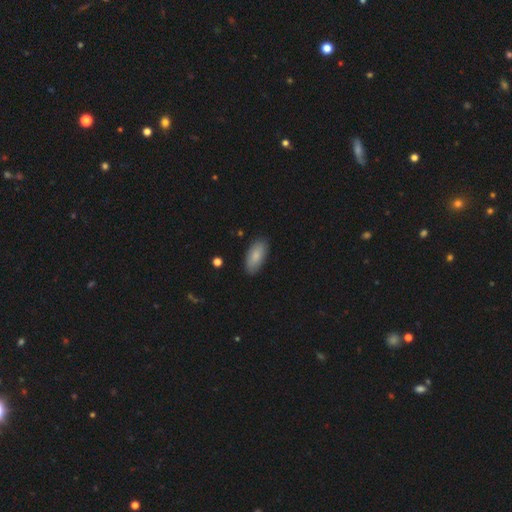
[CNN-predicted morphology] The model was most divided on "merging": none: 85%, minor disturbance: 11%, major disturbance: 2%, merger: 1%. More confident: how rounded — in between (89%); smooth or featured — smooth (84%).